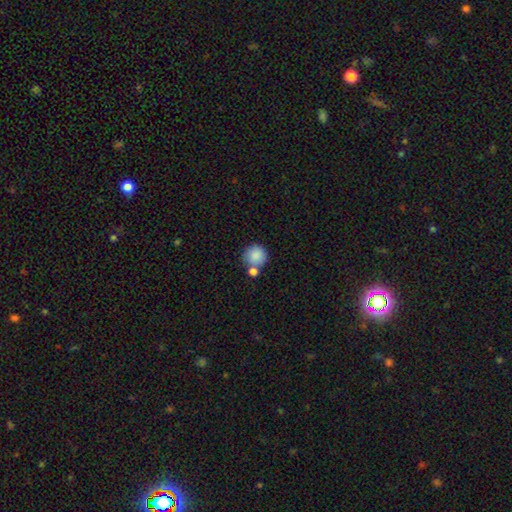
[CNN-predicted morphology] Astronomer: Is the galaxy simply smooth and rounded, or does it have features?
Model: smooth — 86%.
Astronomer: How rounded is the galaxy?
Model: round — 93%.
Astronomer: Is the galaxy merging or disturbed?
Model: none — 65%.